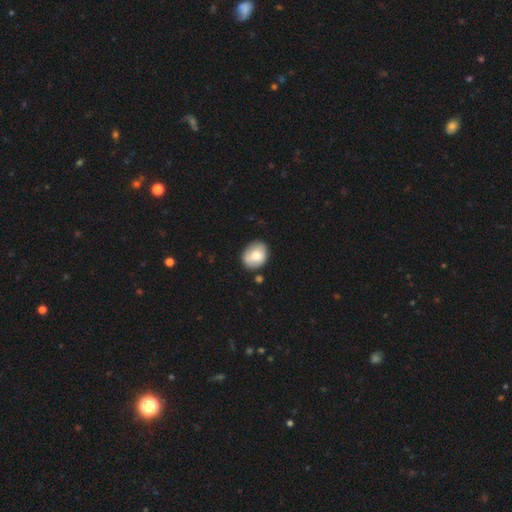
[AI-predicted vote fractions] Smooth or featured? Predicted: smooth (p=0.75). How rounded? Predicted: round (p=0.51). Merging? Predicted: none (p=0.76).